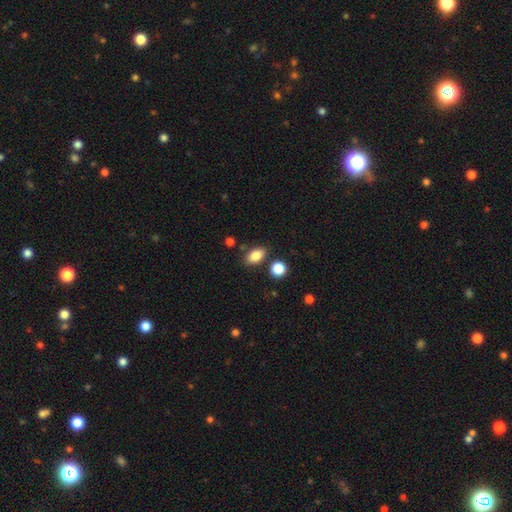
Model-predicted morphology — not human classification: smooth 85%, star or artifact 9%, featured or disk 6%. Down the decision tree: how rounded — in between (86%); merging — none (79%).